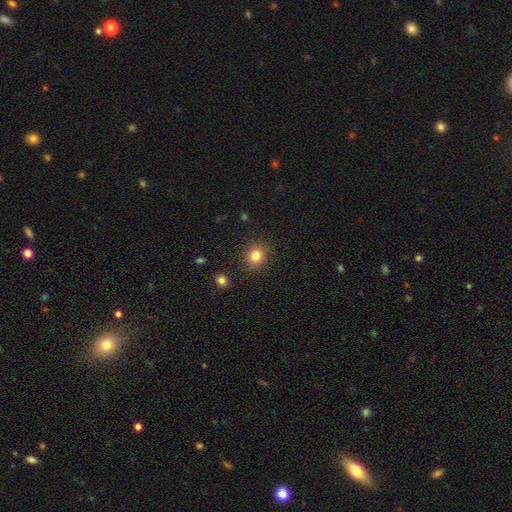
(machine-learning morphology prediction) A smooth galaxy with no disk features (81%) that is round (85%).

Vote fractions:
- Smooth or featured? smooth: 81% / star or artifact: 12% / featured or disk: 7%
- How rounded? round: 85% / in between: 15% / cigar-shaped: 1%
- Merging? none: 89% / minor disturbance: 7% / major disturbance: 2% / merger: 2%